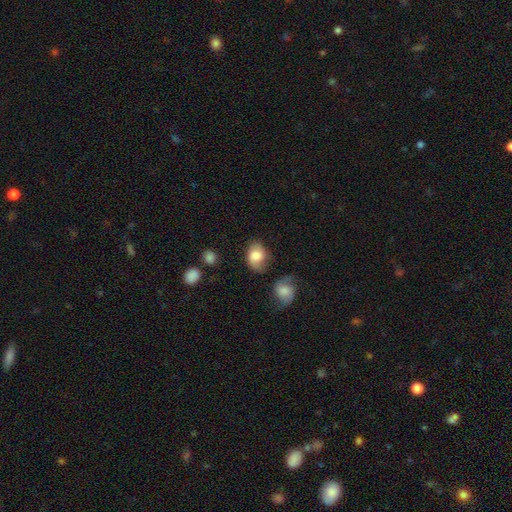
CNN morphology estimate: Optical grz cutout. It shows a smooth galaxy with no disk features (71%) that is in between round and cigar-shaped (74%). Merging: none (54%).